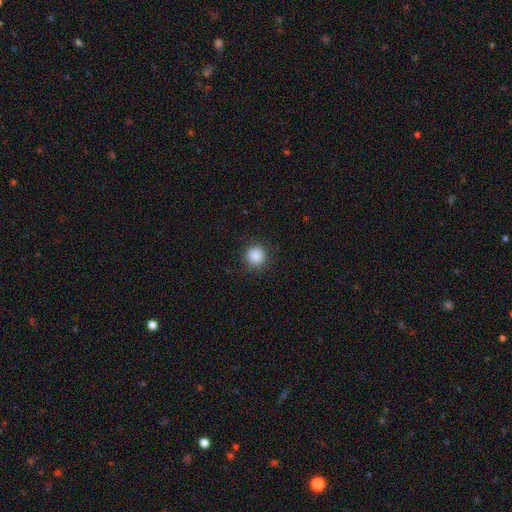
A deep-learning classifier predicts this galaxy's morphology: Smooth or featured? smooth (88%)
How rounded? round (94%)
Merging? none (90%)